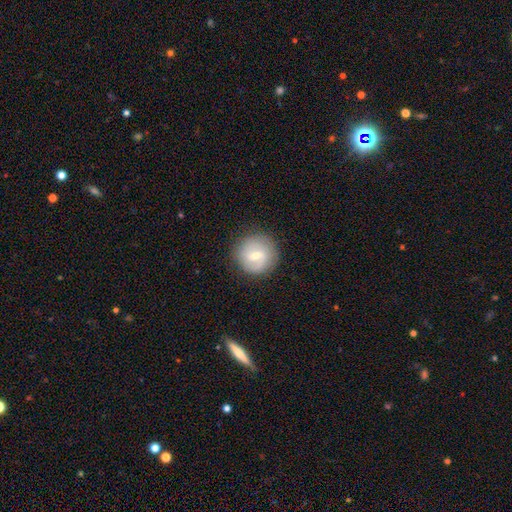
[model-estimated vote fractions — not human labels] Smooth or featured: featured or disk — 51% (smooth — 43%)
Edge-on disk: no — 97% (yes — 3%)
Merging: none — 85% (minor disturbance — 10%)